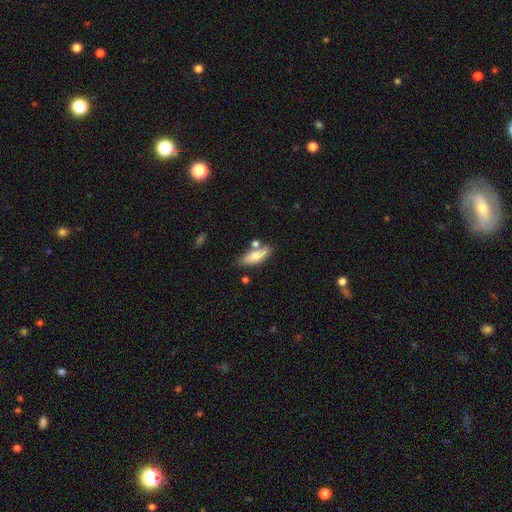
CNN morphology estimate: smooth_or_featured: smooth (p=0.73) [alt: featured or disk p=0.20]
how_rounded: in between (p=0.64) [alt: cigar-shaped p=0.33]
merging: none (p=0.64) [alt: minor disturbance p=0.17]